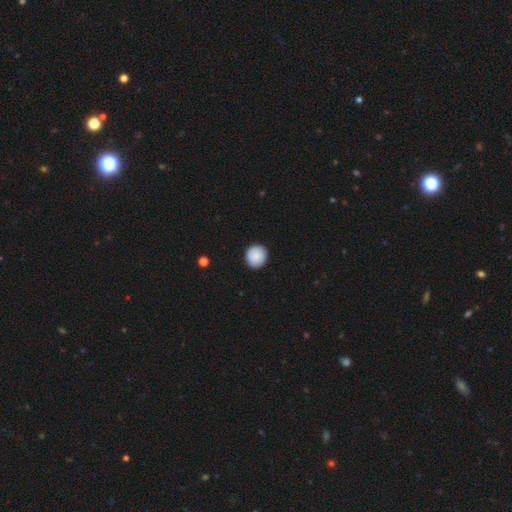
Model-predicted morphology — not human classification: A smooth galaxy with no disk features (88%) that is round (93%). Merging: none (91%).